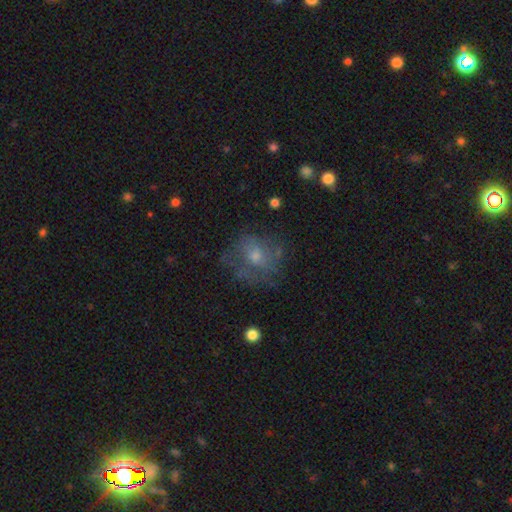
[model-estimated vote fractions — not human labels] A smooth galaxy with no disk features (49%). Merging: none (51%).